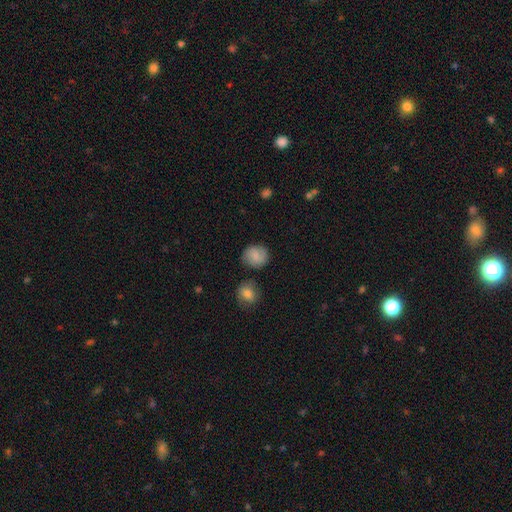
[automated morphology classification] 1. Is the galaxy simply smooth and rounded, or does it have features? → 74% smooth, 18% featured or disk, 8% star or artifact.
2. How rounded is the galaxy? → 78% round, 21% in between, 1% cigar-shaped.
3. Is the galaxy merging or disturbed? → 77% none, 14% minor disturbance, 5% merger, 4% major disturbance.